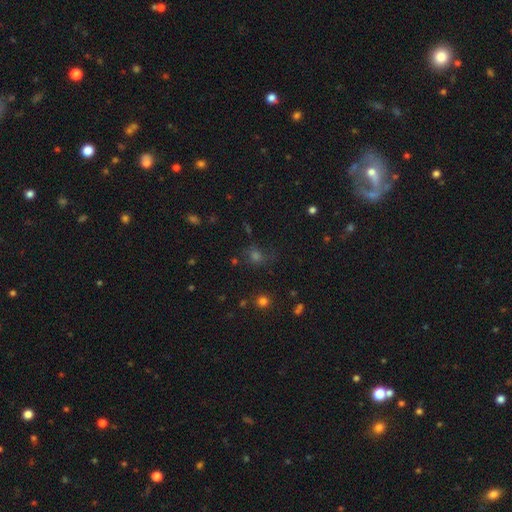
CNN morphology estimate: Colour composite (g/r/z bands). It shows a smooth galaxy with no disk features (54%) that is round (74%). Merging: none (68%).